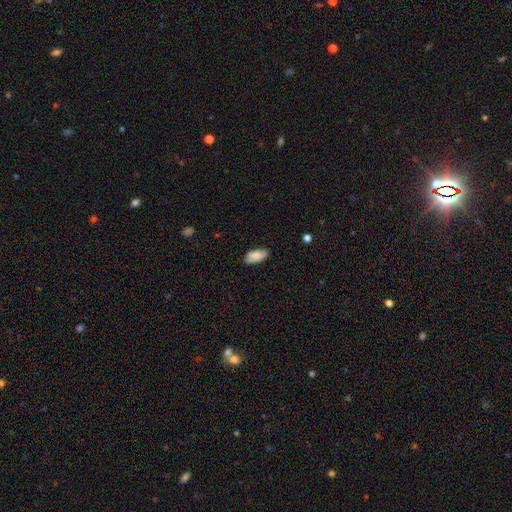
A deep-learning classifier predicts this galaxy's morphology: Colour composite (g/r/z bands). It shows a smooth galaxy with no disk features (87%) that is in between round and cigar-shaped (88%). Merging: none (83%).